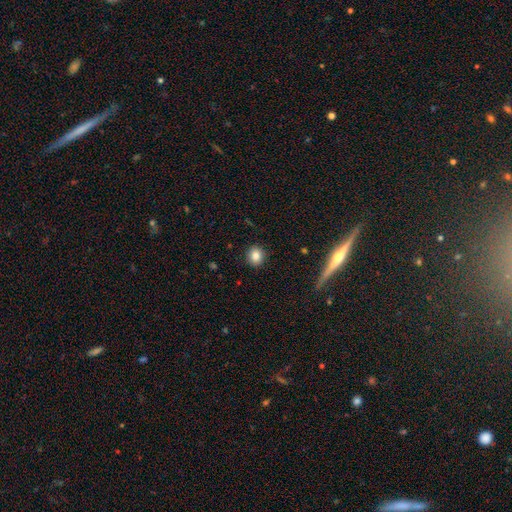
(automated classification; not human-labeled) A smooth galaxy with no disk features (83%) that is round (81%).

Vote fractions:
- Smooth or featured? smooth: 83% / star or artifact: 10% / featured or disk: 7%
- How rounded? round: 81% / in between: 18% / cigar-shaped: 1%
- Merging? none: 91% / minor disturbance: 6% / major disturbance: 2% / merger: 1%